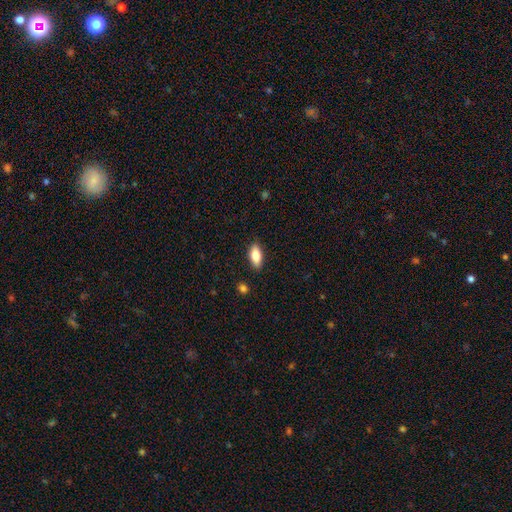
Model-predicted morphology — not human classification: type=smooth (80%); roundness=in between (84%); merging=none (88%).